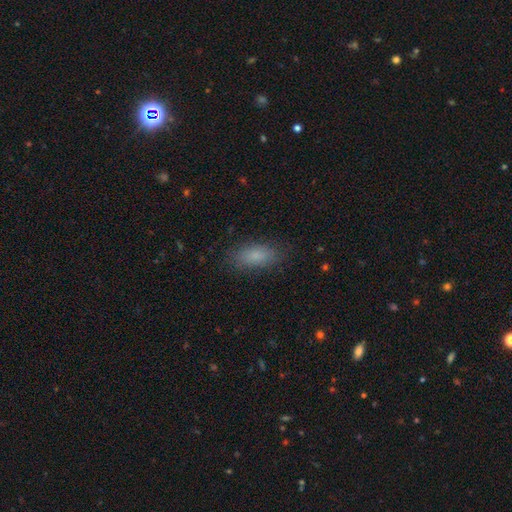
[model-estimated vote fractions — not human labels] Q: Smooth or featured?
A: smooth (83%); runner-up: featured or disk (9%)
Q: How rounded?
A: in between (83%); runner-up: cigar-shaped (15%)
Q: Merging?
A: none (83%); runner-up: minor disturbance (12%)